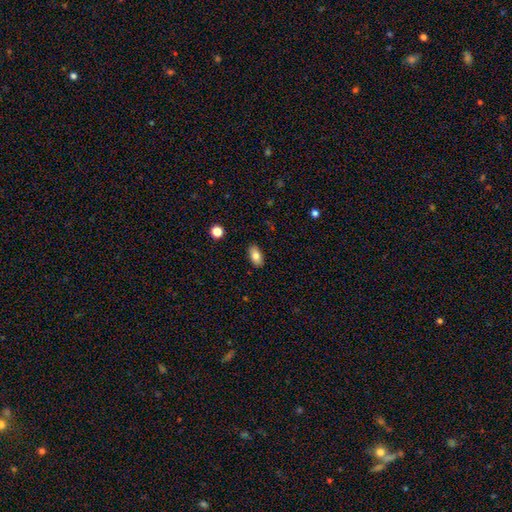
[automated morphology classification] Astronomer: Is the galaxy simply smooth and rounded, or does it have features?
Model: smooth — 81%.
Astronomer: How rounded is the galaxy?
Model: in between — 91%.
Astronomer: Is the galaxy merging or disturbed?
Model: none — 88%.